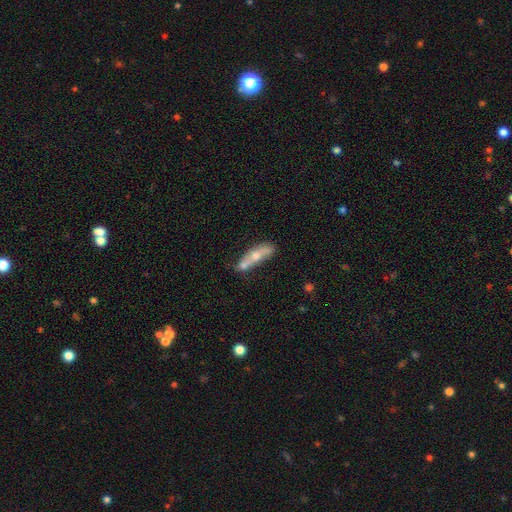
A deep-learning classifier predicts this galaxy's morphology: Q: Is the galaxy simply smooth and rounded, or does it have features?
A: smooth — 50%.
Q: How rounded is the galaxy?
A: cigar-shaped — 63%.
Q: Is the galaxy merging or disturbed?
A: none — 41%.